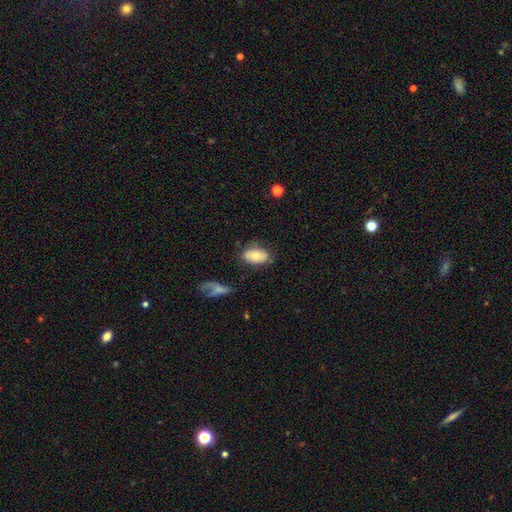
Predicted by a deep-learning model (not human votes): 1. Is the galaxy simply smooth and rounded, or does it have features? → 71% smooth, 22% featured or disk, 7% star or artifact.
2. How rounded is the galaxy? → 91% in between, 7% round, 2% cigar-shaped.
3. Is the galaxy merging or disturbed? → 65% none, 23% minor disturbance, 7% major disturbance, 5% merger.